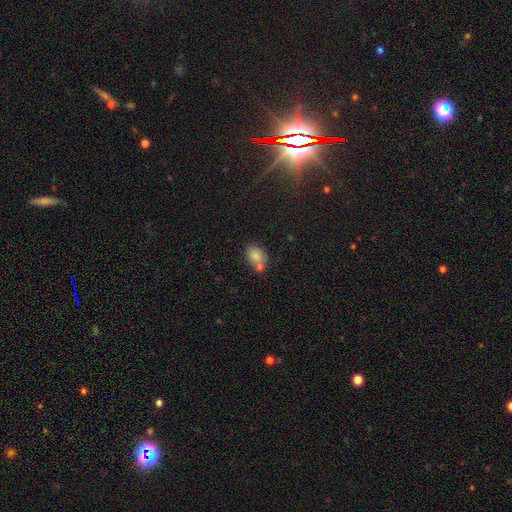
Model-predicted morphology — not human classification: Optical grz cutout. It shows a smooth galaxy with no disk features (80%) that is in between round and cigar-shaped (70%). Merging: none (52%).